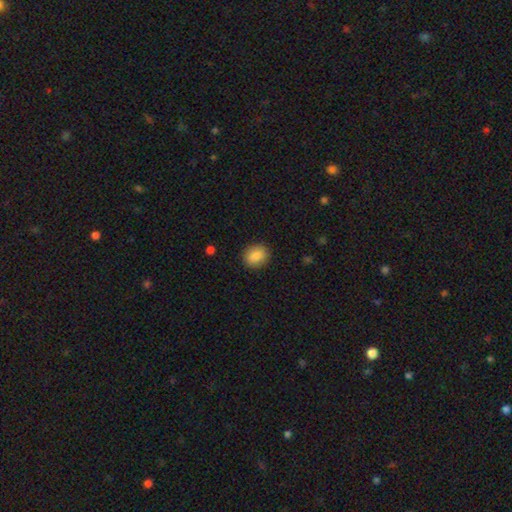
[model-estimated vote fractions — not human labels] Smooth or featured?
  - smooth: 87% *
  - star or artifact: 8%
  - featured or disk: 5%
How rounded?
  - round: 51% *
  - in between: 48%
  - cigar-shaped: 1%
Merging?
  - none: 89% *
  - minor disturbance: 8%
  - major disturbance: 2%
  - merger: 1%